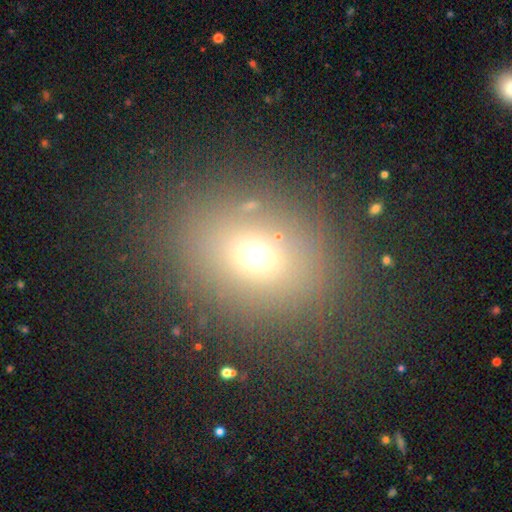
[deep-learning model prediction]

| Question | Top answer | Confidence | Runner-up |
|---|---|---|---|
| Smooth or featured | smooth | 65% | star or artifact (23%) |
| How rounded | round | 54% | in between (45%) |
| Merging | none | 81% | minor disturbance (10%) |